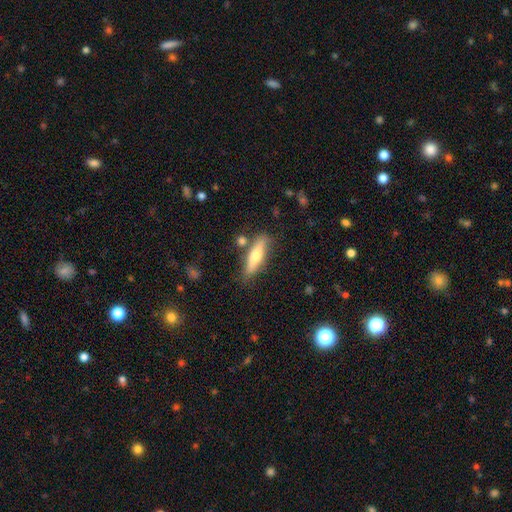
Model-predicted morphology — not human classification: type=smooth (53%); roundness=cigar-shaped (75%); merging=none (79%).